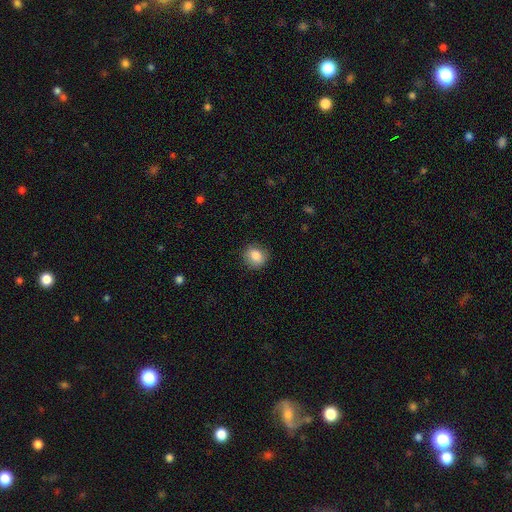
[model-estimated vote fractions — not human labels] Morphology: type=smooth (83%); roundness=round (76%); merging=none (86%).